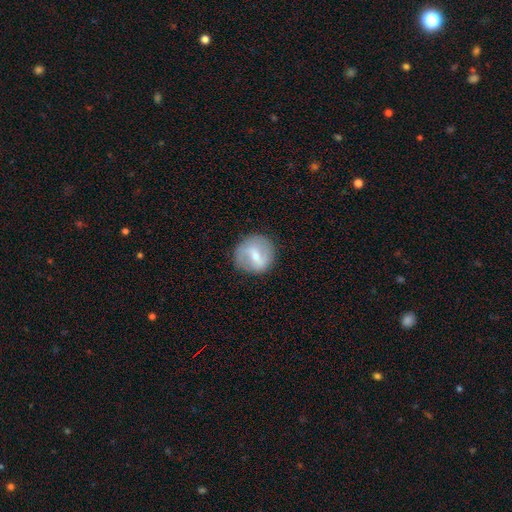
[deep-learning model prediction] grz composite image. It shows a featured or disk galaxy (56%) with a weak bar (50%), spiral arms (64%) and a moderate central bulge (47%). Merging: none (83%).